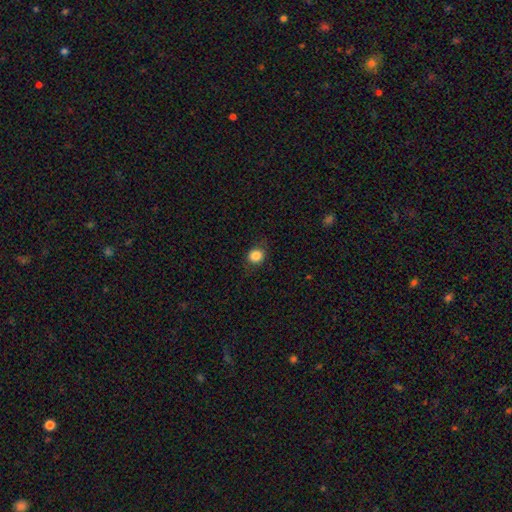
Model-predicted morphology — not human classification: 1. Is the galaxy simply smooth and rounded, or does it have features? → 85% smooth, 10% star or artifact, 5% featured or disk.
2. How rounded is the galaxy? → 78% round, 21% in between, 1% cigar-shaped.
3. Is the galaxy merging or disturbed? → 83% none, 12% minor disturbance, 4% major disturbance, 1% merger.